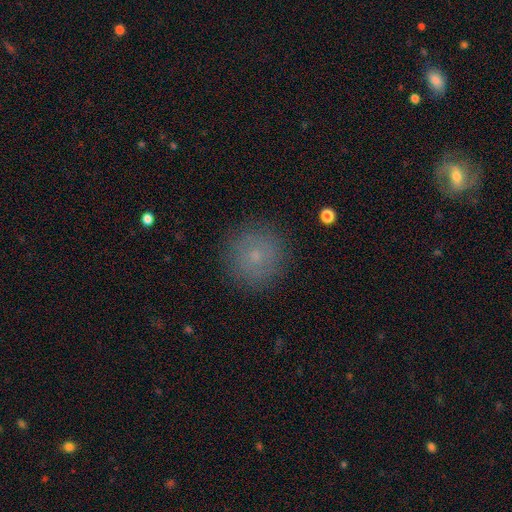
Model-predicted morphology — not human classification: smooth_or_featured: smooth (p=0.72) [alt: featured or disk p=0.15]
how_rounded: round (p=0.95) [alt: in between p=0.04]
merging: none (p=0.88) [alt: minor disturbance p=0.08]